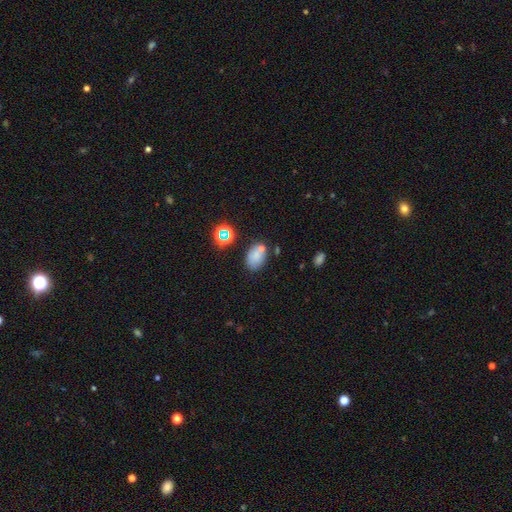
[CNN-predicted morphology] Q: Smooth or featured?
A: smooth (71%); runner-up: star or artifact (16%)
Q: How rounded?
A: in between (79%); runner-up: round (20%)
Q: Merging?
A: none (61%); runner-up: minor disturbance (18%)